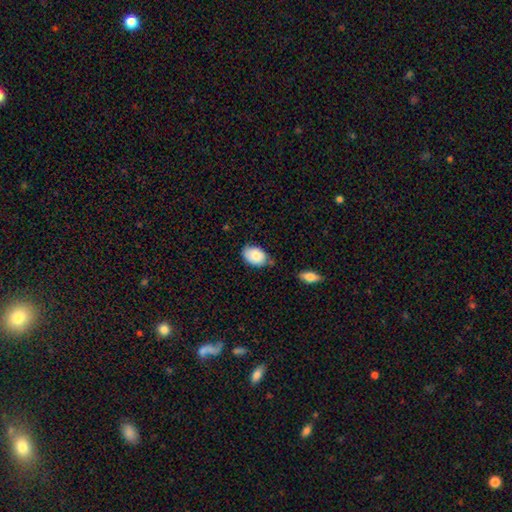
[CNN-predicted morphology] Overall: smooth (83%). How rounded: in between (86%). Merging: none (64%; minor disturbance 26%).